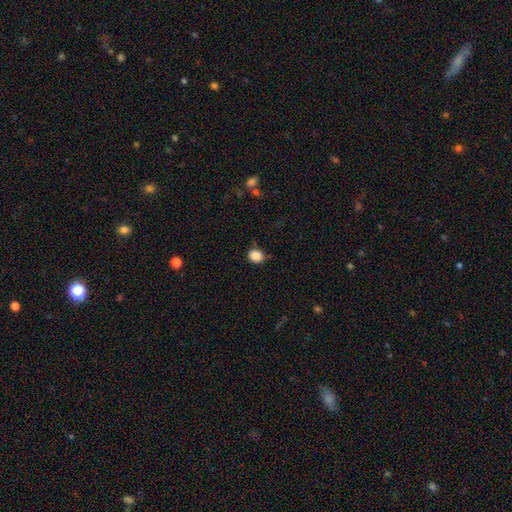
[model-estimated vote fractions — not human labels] smooth_or_featured: smooth (p=0.87) [alt: star or artifact p=0.10]
how_rounded: round (p=0.67) [alt: in between p=0.32]
merging: none (p=0.78) [alt: minor disturbance p=0.16]